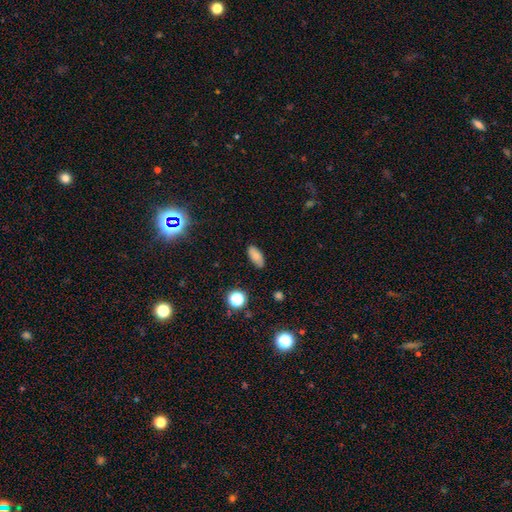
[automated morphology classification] Smooth or featured? Predicted: smooth (p=0.80). How rounded? Predicted: in between (p=0.87). Merging? Predicted: none (p=0.85).